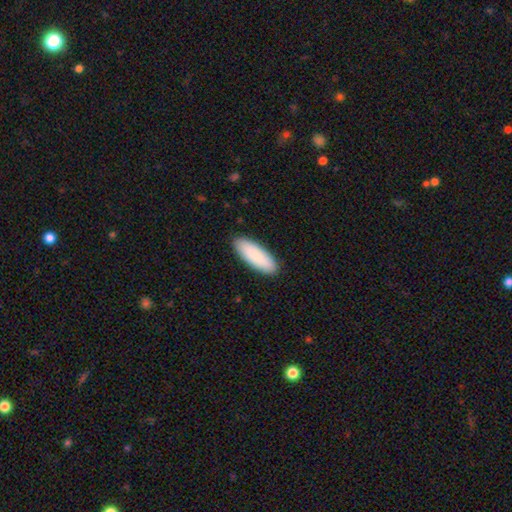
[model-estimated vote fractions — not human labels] Morphology: type=smooth (88%); roundness=in between (66%); merging=none (89%).